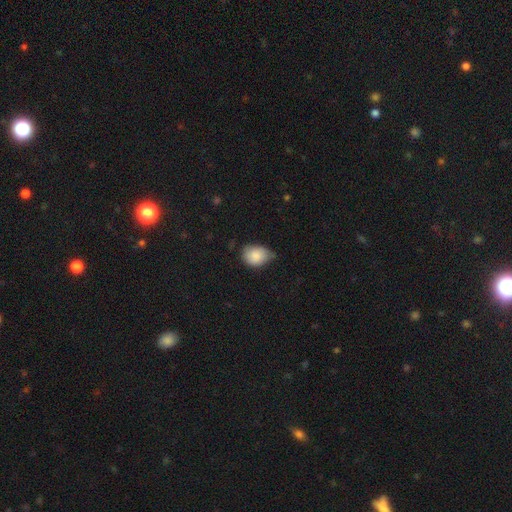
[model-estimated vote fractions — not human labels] Smooth or featured? Predicted: smooth (p=0.84). How rounded? Predicted: in between (p=0.60). Merging? Predicted: none (p=0.50).